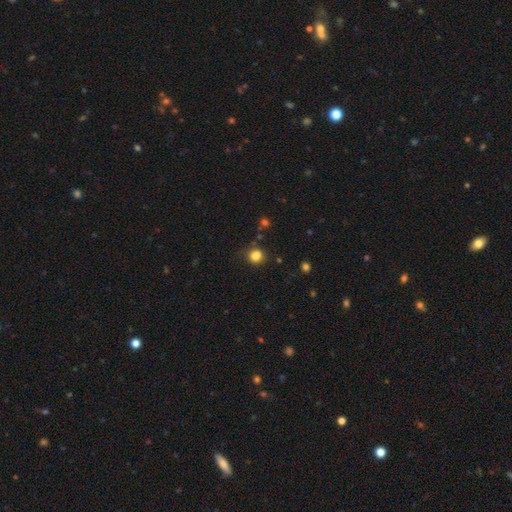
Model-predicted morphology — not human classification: Overall: smooth (82%). How rounded: round (86%). Merging: none (81%).